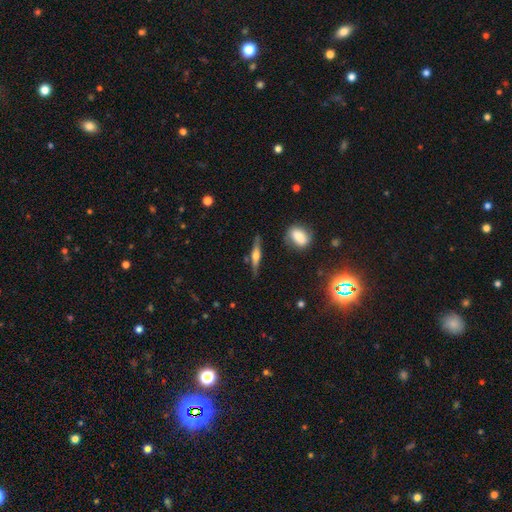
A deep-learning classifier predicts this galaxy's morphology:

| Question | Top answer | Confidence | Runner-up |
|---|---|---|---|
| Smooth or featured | featured or disk | 62% | smooth (30%) |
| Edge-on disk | yes | 95% | no (5%) |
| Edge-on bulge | rounded | 84% | boxy (10%) |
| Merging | none | 81% | minor disturbance (13%) |